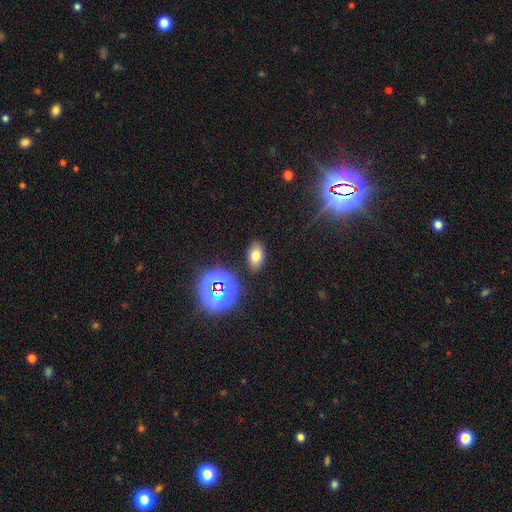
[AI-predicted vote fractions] Smooth or featured? Predicted: smooth (p=0.71). How rounded? Predicted: in between (p=0.85). Merging? Predicted: none (p=0.85).